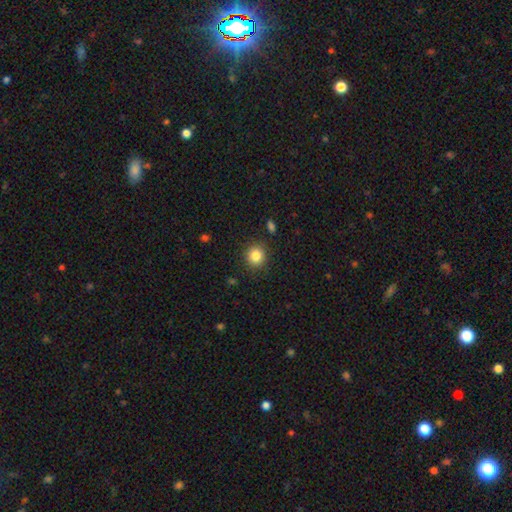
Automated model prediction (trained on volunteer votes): This appears to be a smooth galaxy with no disk features (85%) that is round (89%). Merging: none (89%).